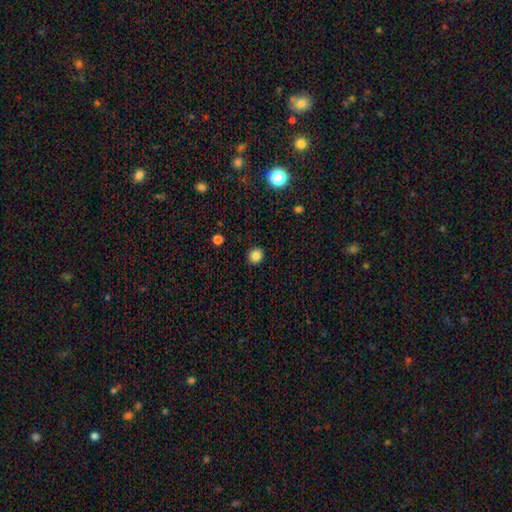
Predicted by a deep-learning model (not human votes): Smooth or featured?
  - smooth: 84% *
  - star or artifact: 12%
  - featured or disk: 5%
How rounded?
  - round: 90% *
  - in between: 9%
  - cigar-shaped: 1%
Merging?
  - none: 92% *
  - minor disturbance: 6%
  - major disturbance: 2%
  - merger: 1%